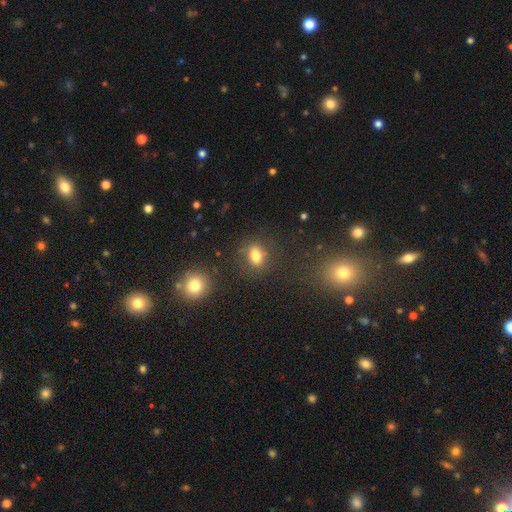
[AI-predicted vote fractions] This appears to be a smooth galaxy with no disk features (78%) that is in between round and cigar-shaped (68%). Merging: none (78%).